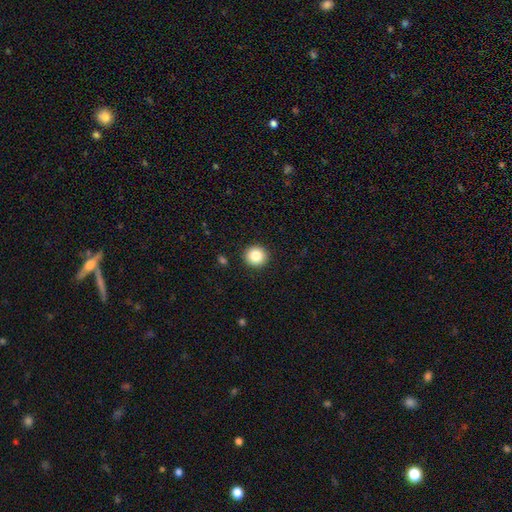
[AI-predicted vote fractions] smooth-or-featured: smooth: 84% | star or artifact: 9% | featured or disk: 7%
  how-rounded: round: 94% | in between: 5% | cigar-shaped: 1%
  merging: none: 92% | minor disturbance: 5% | major disturbance: 2% | merger: 1%